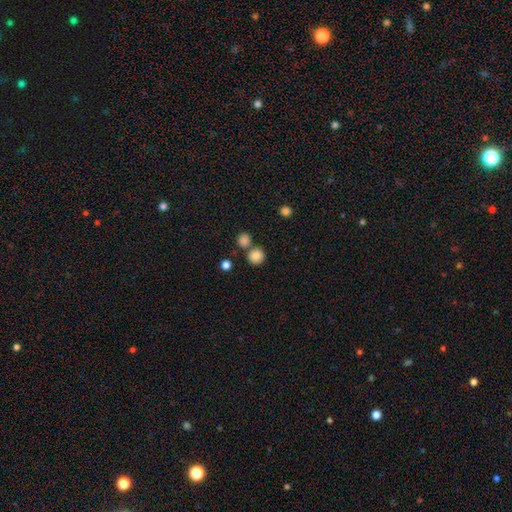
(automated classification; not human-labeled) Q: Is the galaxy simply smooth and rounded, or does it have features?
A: smooth — 84%.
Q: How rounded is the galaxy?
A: round — 91%.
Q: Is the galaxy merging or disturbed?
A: none — 67%.